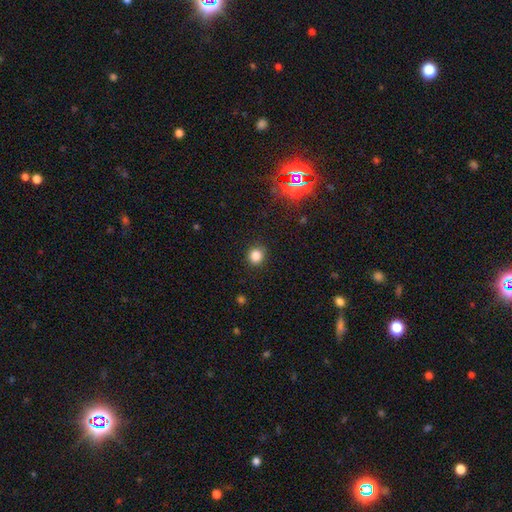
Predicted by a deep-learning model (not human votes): A smooth galaxy with no disk features (83%) that is round (86%).

Vote fractions:
- Smooth or featured? smooth: 83% / star or artifact: 13% / featured or disk: 4%
- How rounded? round: 86% / in between: 14% / cigar-shaped: 1%
- Merging? none: 89% / minor disturbance: 7% / major disturbance: 2% / merger: 1%